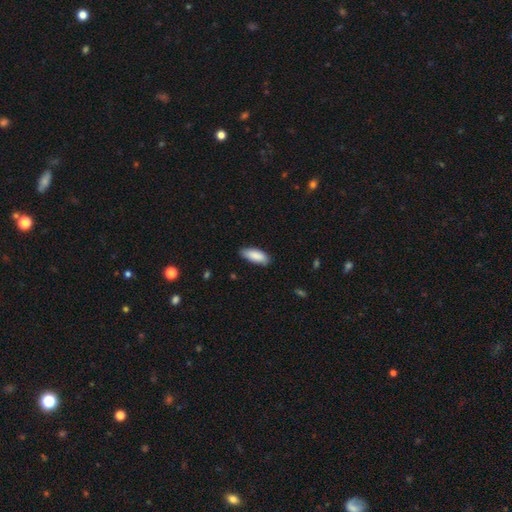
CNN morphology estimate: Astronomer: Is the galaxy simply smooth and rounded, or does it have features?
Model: smooth — 89%.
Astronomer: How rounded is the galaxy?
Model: in between — 78%.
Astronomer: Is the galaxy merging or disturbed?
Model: none — 81%.